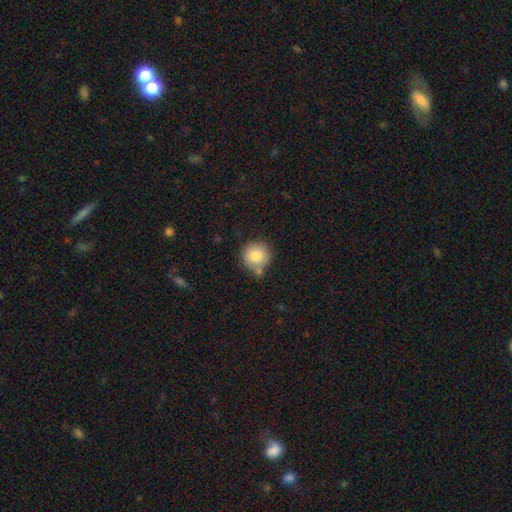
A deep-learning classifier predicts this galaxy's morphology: Smooth or featured? Predicted: smooth (p=0.82). How rounded? Predicted: round (p=0.93). Merging? Predicted: none (p=0.65).